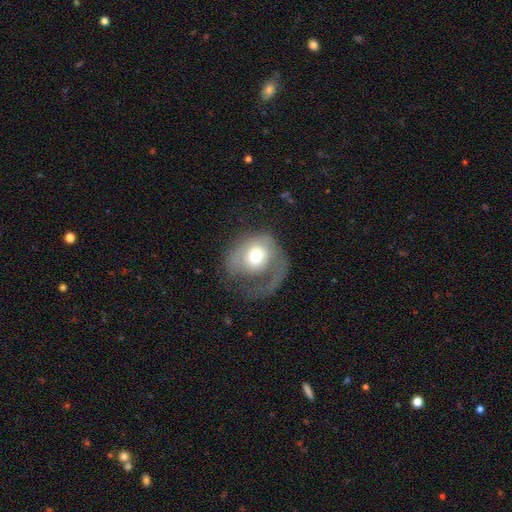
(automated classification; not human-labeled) Smooth or featured? Predicted: featured or disk (p=0.47). Merging? Predicted: major disturbance (p=0.56).